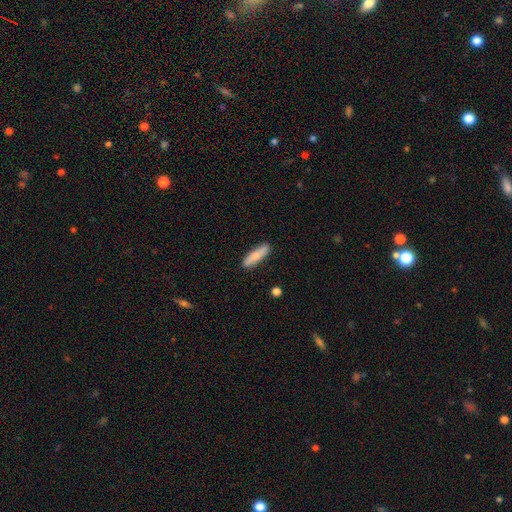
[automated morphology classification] A smooth galaxy with no disk features (74%) that is cigar-shaped (67%). Merging: none (87%).